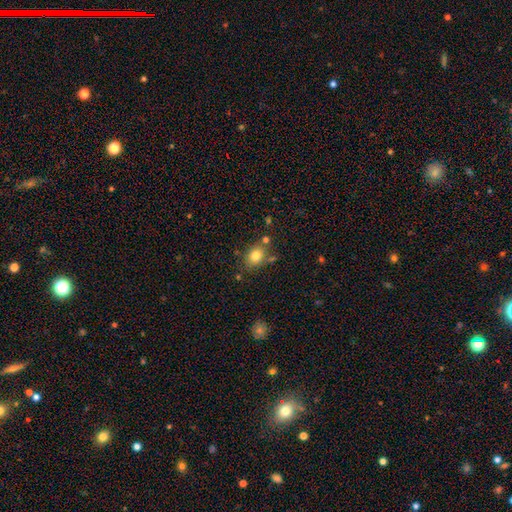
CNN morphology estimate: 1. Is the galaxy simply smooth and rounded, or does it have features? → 81% smooth, 11% star or artifact, 9% featured or disk.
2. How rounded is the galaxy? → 55% in between, 44% round, 1% cigar-shaped.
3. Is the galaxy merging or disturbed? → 73% none, 14% minor disturbance, 8% merger, 4% major disturbance.